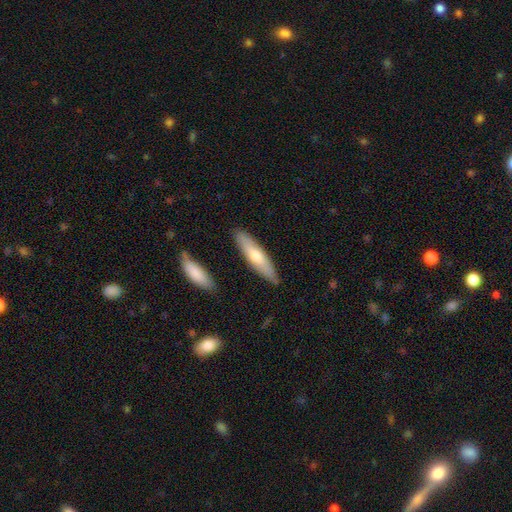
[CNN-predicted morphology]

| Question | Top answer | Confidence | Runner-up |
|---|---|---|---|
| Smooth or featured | smooth | 59% | featured or disk (36%) |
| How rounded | cigar-shaped | 73% | in between (25%) |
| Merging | none | 85% | minor disturbance (10%) |